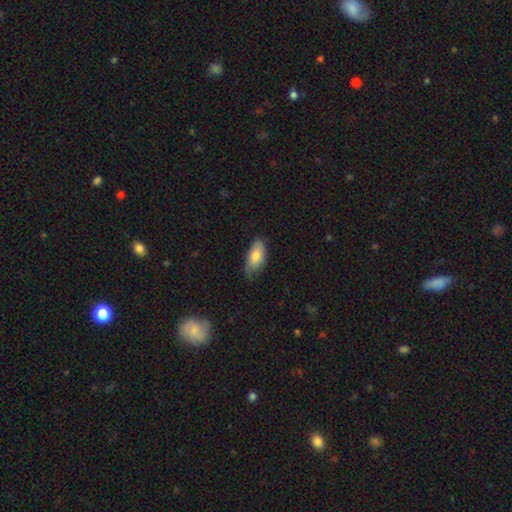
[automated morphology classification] type=smooth (80%); roundness=in between (92%); merging=none (65%).